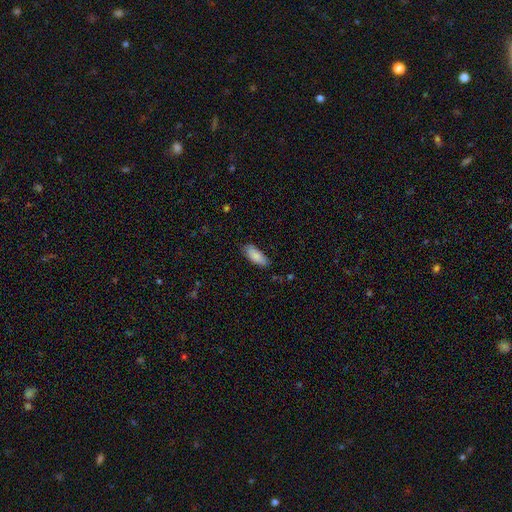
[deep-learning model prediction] Q: Smooth or featured?
A: smooth (87%); runner-up: featured or disk (7%)
Q: How rounded?
A: in between (79%); runner-up: cigar-shaped (19%)
Q: Merging?
A: none (80%); runner-up: minor disturbance (16%)